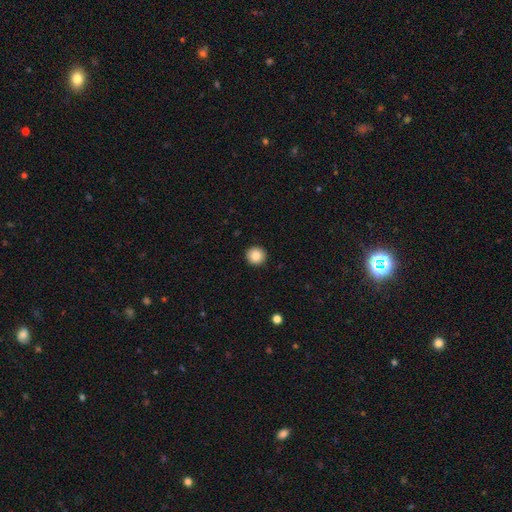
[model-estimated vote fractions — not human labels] Smooth or featured?
  - smooth: 87% *
  - star or artifact: 9%
  - featured or disk: 4%
How rounded?
  - round: 95% *
  - in between: 4%
  - cigar-shaped: 1%
Merging?
  - none: 93% *
  - minor disturbance: 5%
  - major disturbance: 2%
  - merger: 1%